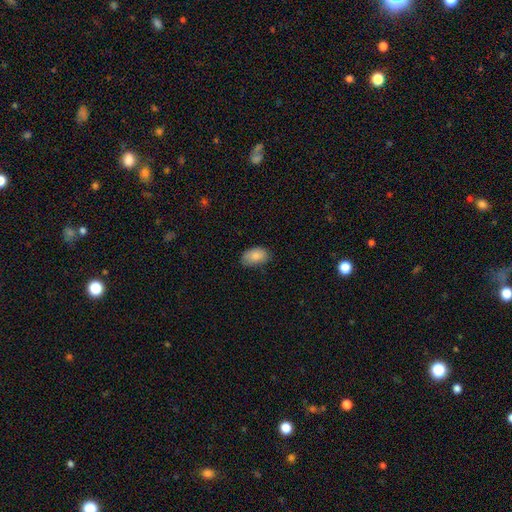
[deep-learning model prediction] Smooth or featured?
  - smooth: 86% *
  - featured or disk: 7%
  - star or artifact: 7%
How rounded?
  - in between: 91% *
  - round: 7%
  - cigar-shaped: 1%
Merging?
  - none: 72% *
  - minor disturbance: 23%
  - major disturbance: 4%
  - merger: 1%